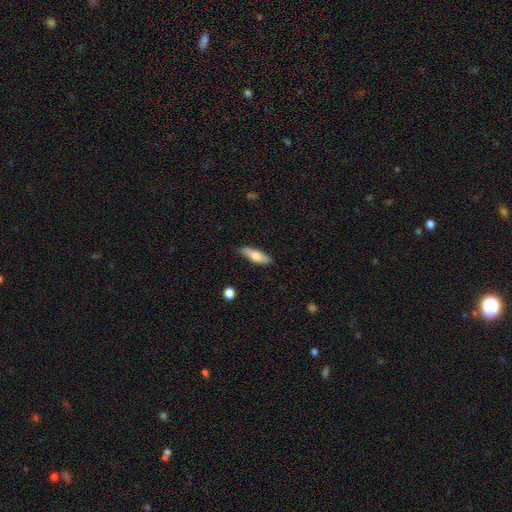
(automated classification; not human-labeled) This is likely a smooth galaxy (67%). How rounded: possibly in between (57%). Merging: clearly none (81%).